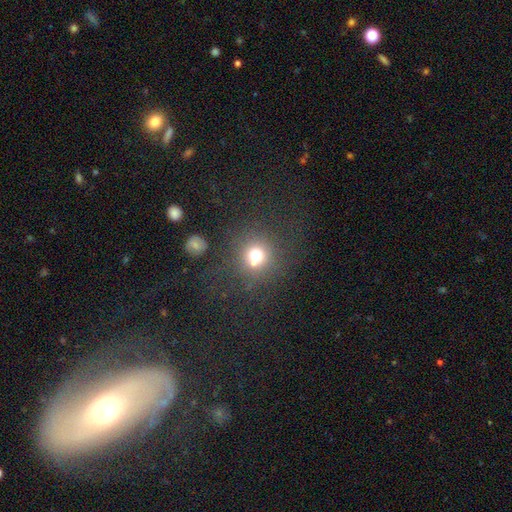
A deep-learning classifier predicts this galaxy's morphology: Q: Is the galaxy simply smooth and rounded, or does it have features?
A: smooth — 69%.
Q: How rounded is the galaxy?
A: round — 88%.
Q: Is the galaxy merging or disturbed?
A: none — 64%.